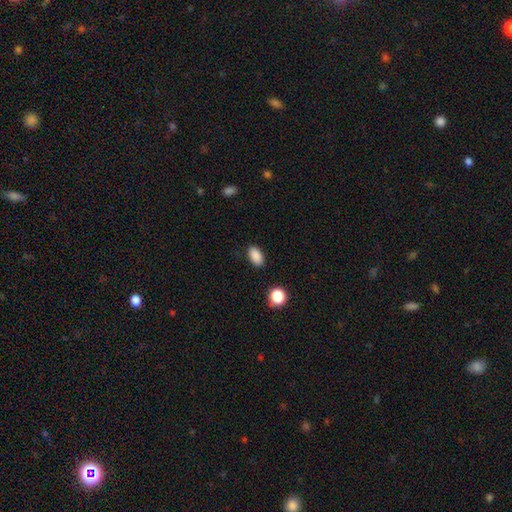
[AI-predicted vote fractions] smooth 88%, star or artifact 9%, featured or disk 3%. Down the decision tree: how rounded — in between (91%); merging — none (87%).